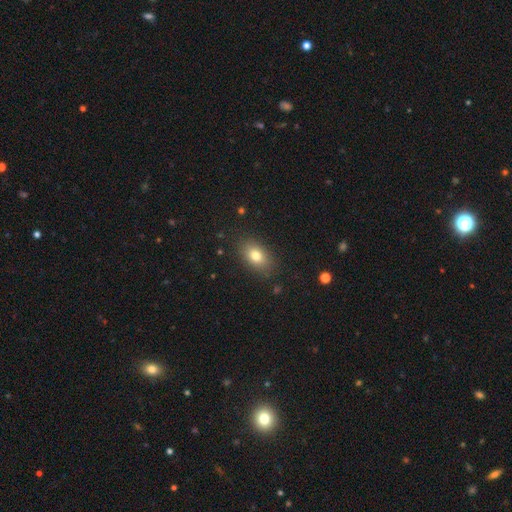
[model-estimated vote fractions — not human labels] This is likely a smooth galaxy (78%). How rounded: clearly in between (83%). Merging: clearly none (85%).